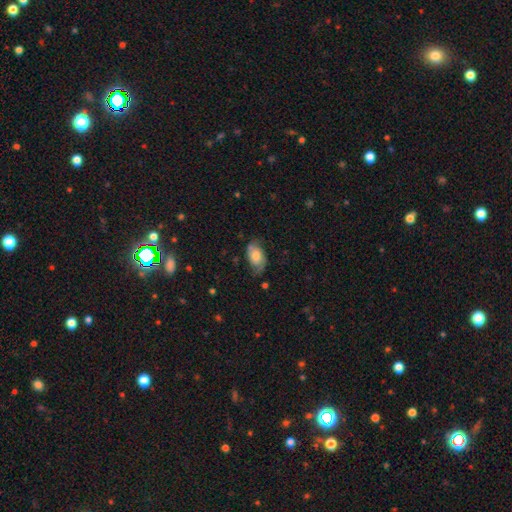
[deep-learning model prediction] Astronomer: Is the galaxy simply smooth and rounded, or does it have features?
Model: featured or disk — 59%.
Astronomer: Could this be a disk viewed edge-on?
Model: no — 95%.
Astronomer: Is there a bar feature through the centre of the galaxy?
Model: no — 67%.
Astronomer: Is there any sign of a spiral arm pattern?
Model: yes — 88%.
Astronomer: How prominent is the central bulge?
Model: moderate — 46% (runner-up: large, 22%).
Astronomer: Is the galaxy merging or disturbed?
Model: none — 64%.